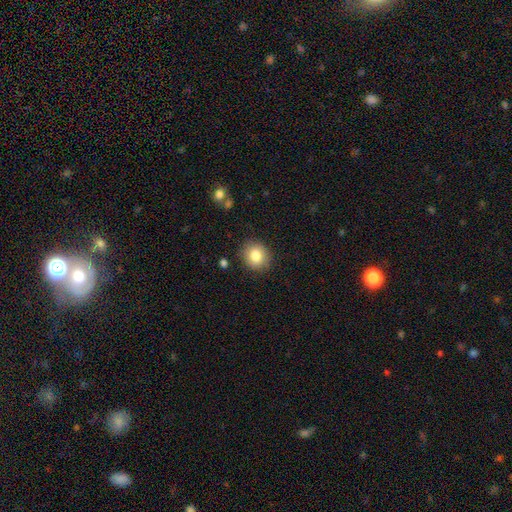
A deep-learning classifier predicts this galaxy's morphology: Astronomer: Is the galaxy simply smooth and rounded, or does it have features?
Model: smooth — 83%.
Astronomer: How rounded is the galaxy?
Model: round — 80%.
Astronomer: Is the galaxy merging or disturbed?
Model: none — 87%.